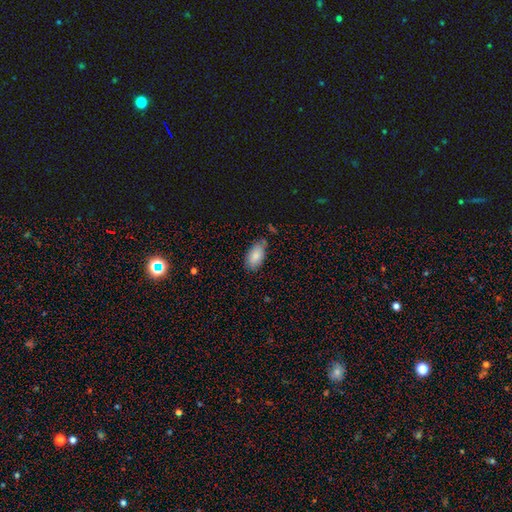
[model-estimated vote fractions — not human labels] Smooth or featured?
  - smooth: 85% *
  - featured or disk: 8%
  - star or artifact: 7%
How rounded?
  - in between: 94% *
  - round: 4%
  - cigar-shaped: 3%
Merging?
  - none: 74% *
  - minor disturbance: 18%
  - merger: 4%
  - major disturbance: 3%